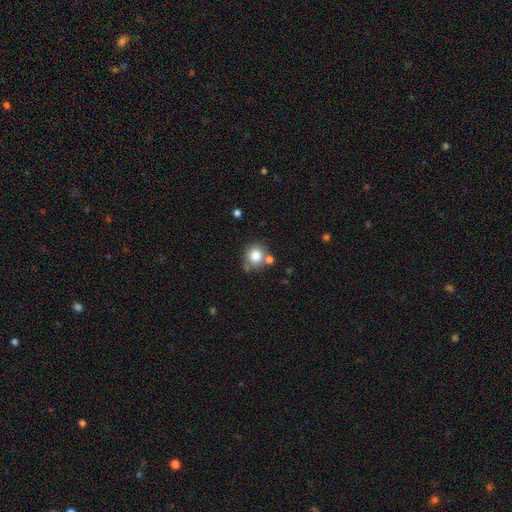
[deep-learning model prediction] smooth-or-featured: smooth: 82% | star or artifact: 10% | featured or disk: 8%
  how-rounded: round: 85% | in between: 14% | cigar-shaped: 1%
  merging: none: 63% | merger: 17% | minor disturbance: 15% | major disturbance: 5%